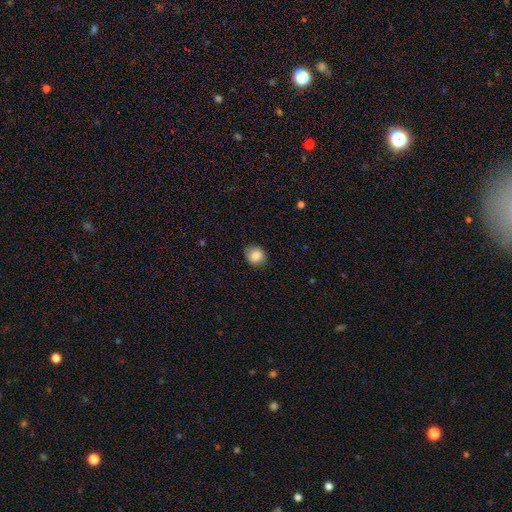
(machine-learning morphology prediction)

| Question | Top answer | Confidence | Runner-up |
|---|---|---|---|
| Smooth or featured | smooth | 85% | star or artifact (9%) |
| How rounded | round | 83% | in between (16%) |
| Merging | none | 80% | minor disturbance (16%) |